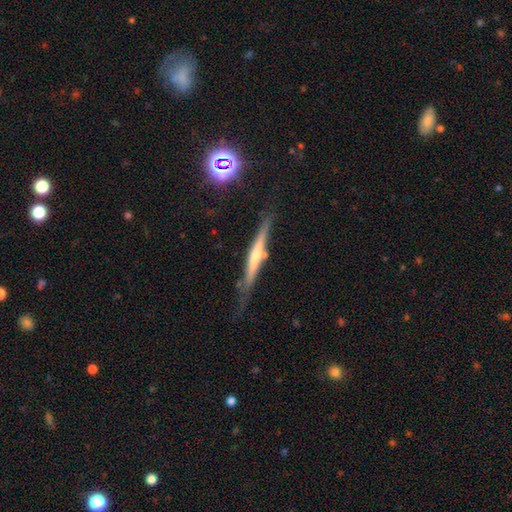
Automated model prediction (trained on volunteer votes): Overall: featured or disk (65%; smooth 25%). Edge-on disk: yes (95%). Edge-on bulge: rounded (47%; none 40%). Merging: none (69%).